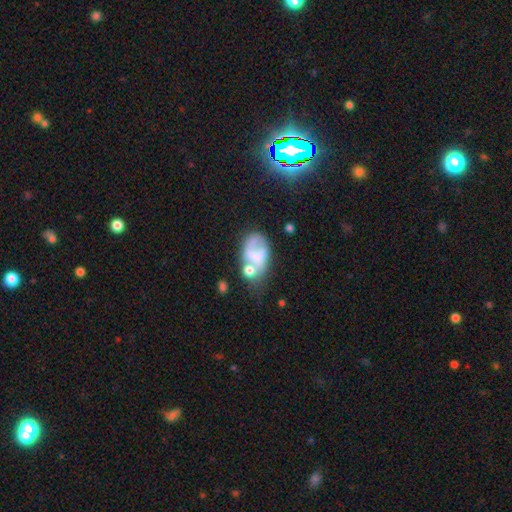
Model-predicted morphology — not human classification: smooth 49%, featured or disk 40%, star or artifact 11%. Down the decision tree: merging — none (28%).